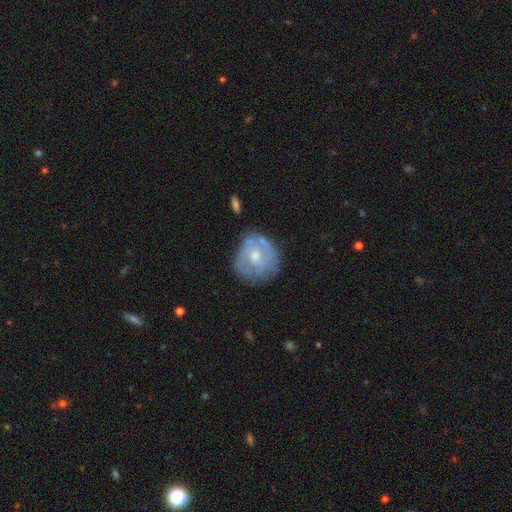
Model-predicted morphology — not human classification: A featured or disk galaxy (66%) with no bar (71%), spiral arms (65%) and a moderate central bulge (59%). Merging: none (65%).